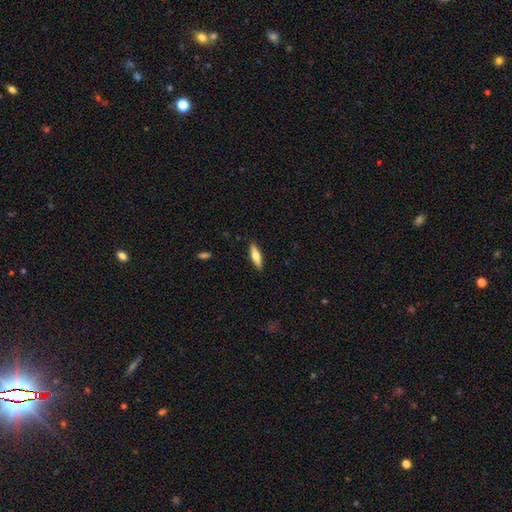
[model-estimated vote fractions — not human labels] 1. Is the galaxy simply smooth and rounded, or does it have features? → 60% smooth, 35% featured or disk, 6% star or artifact.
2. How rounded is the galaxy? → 62% cigar-shaped, 36% in between, 2% round.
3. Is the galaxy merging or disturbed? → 90% none, 7% minor disturbance, 2% major disturbance, 1% merger.